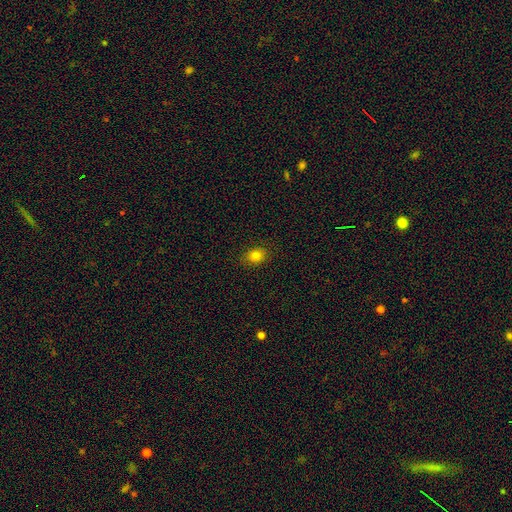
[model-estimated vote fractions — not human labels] Morphology: type=smooth (81%); roundness=round (50%); merging=none (88%).